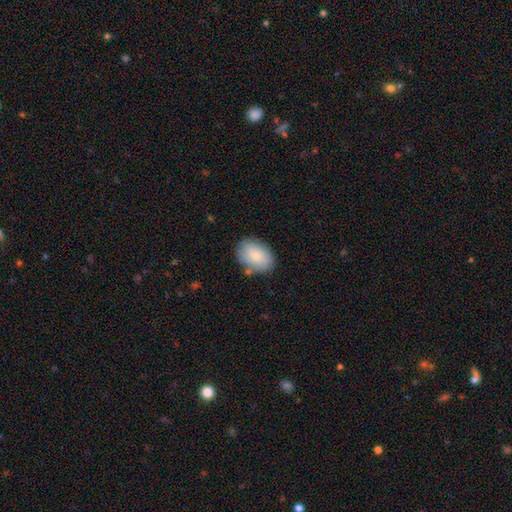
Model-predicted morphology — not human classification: The model was most divided on "how rounded": in between: 79%, round: 20%, cigar-shaped: 1%. More confident: smooth or featured — smooth (81%); merging — none (78%).